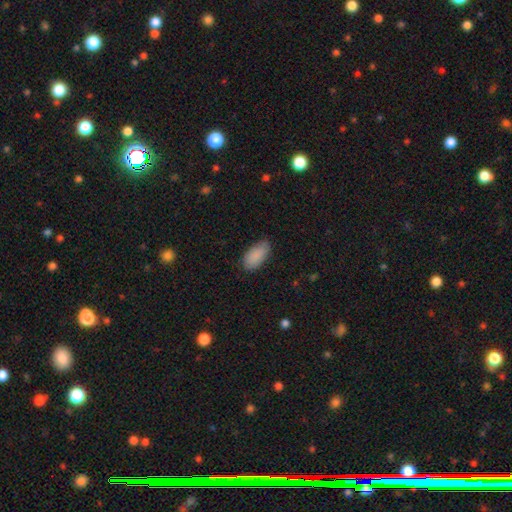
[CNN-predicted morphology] Smooth or featured? Predicted: smooth (p=0.89). How rounded? Predicted: in between (p=0.92). Merging? Predicted: none (p=0.81).